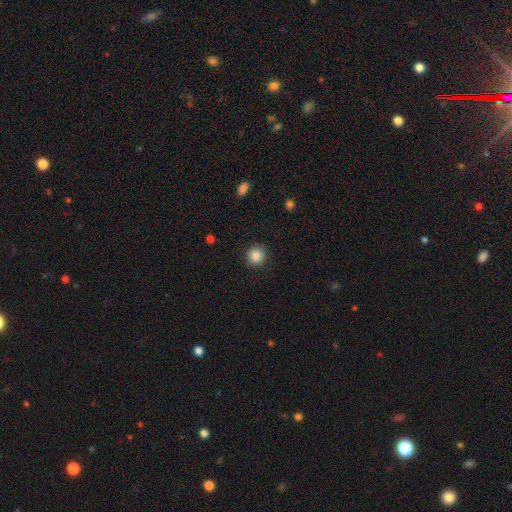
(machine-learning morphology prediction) Smooth or featured? smooth (86%)
How rounded? round (92%)
Merging? none (91%)